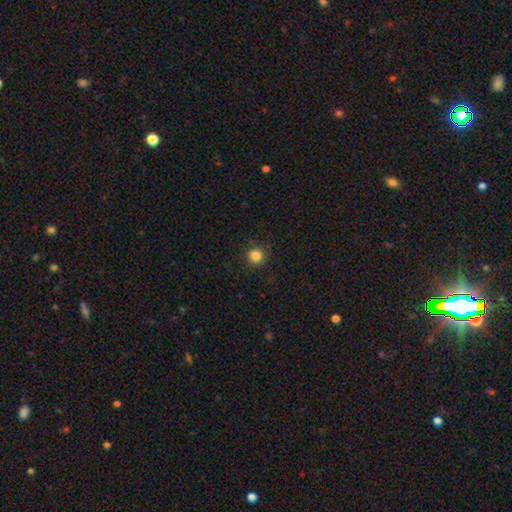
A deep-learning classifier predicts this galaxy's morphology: This is clearly a smooth galaxy (85%). How rounded: clearly round (94%). Merging: clearly none (89%).